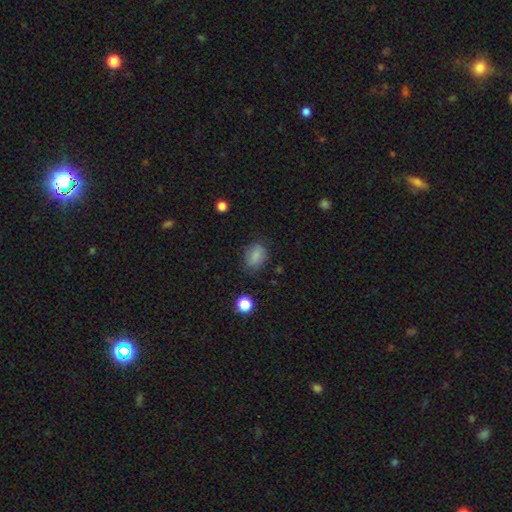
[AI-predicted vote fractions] Smooth or featured? smooth (83%)
How rounded? in between (73%)
Merging? none (77%)